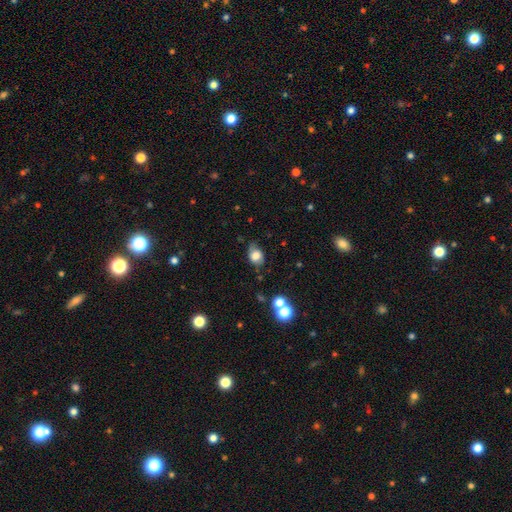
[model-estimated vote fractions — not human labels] This is likely a smooth galaxy (70%). How rounded: likely in between (68%). Merging: possibly none (58%).